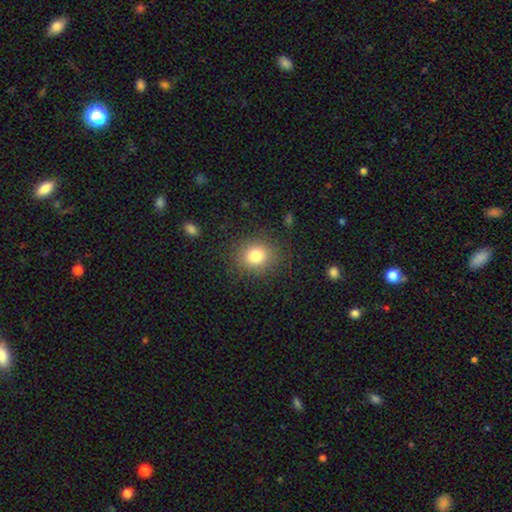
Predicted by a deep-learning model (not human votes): smooth 80%, star or artifact 12%, featured or disk 8%. Down the decision tree: how rounded — round (78%); merging — none (86%).